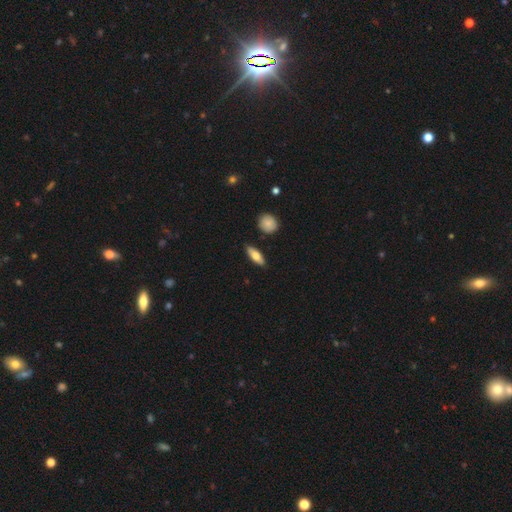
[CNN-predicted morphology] Smooth or featured?
  - smooth: 70% *
  - featured or disk: 24%
  - star or artifact: 6%
How rounded?
  - in between: 66% *
  - cigar-shaped: 31%
  - round: 3%
Merging?
  - none: 85% *
  - minor disturbance: 10%
  - merger: 2%
  - major disturbance: 2%